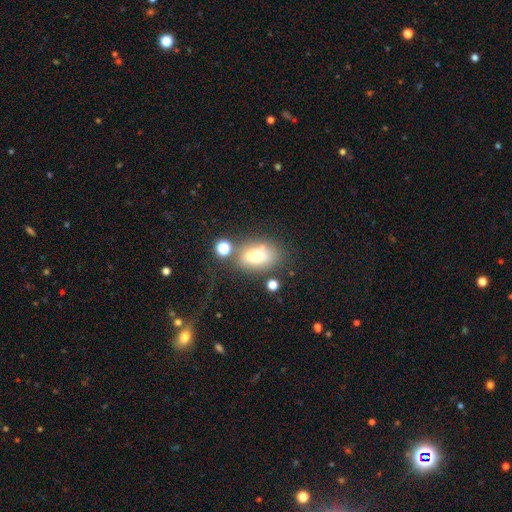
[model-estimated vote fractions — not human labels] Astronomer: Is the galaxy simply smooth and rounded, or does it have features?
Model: smooth — 69%.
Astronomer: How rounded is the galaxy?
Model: in between — 75%.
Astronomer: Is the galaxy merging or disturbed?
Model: none — 61%.